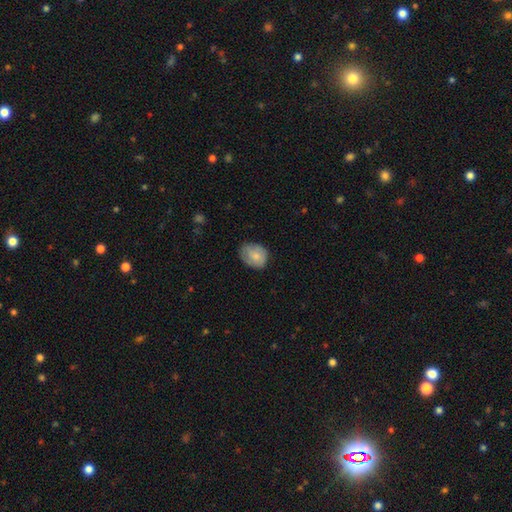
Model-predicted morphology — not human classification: This appears to be a smooth galaxy with no disk features (75%) that is in between round and cigar-shaped (59%). Merging: none (66%).